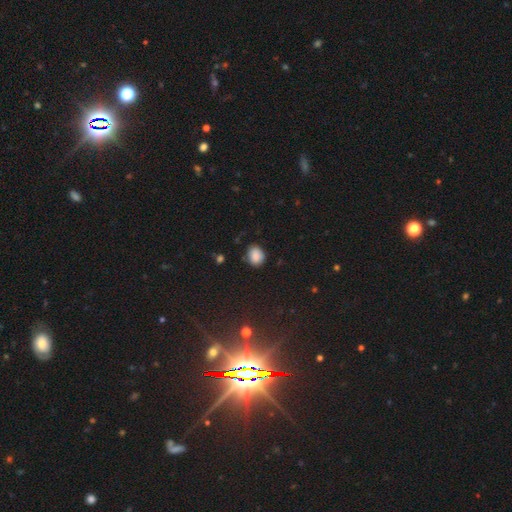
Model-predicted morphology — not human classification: smooth 85%, star or artifact 9%, featured or disk 6%. Down the decision tree: how rounded — round (55%); merging — none (76%).